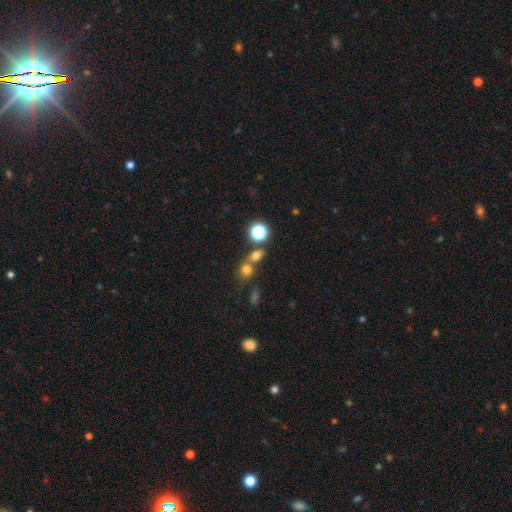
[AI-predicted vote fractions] This is likely a smooth galaxy (67%). How rounded: likely round (64%). Merging: possibly none (50%).